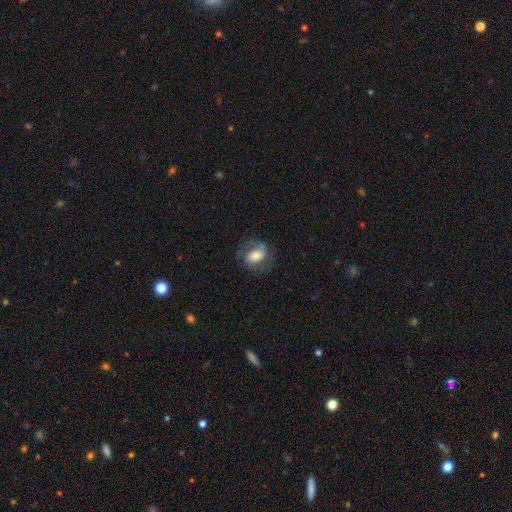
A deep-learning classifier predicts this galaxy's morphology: Q: Smooth or featured?
A: featured or disk (49%); runner-up: smooth (43%)
Q: Merging?
A: none (68%); runner-up: minor disturbance (18%)